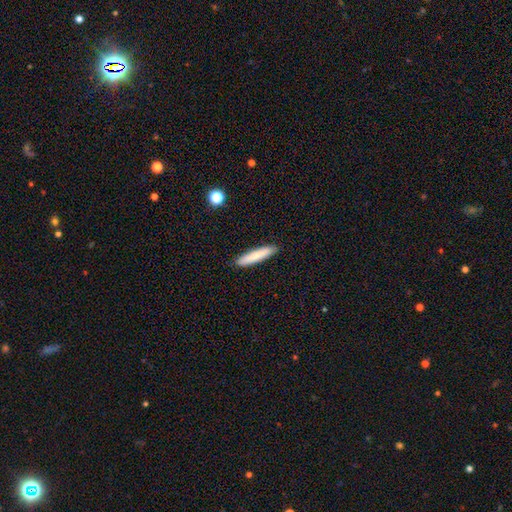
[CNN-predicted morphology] A smooth galaxy with no disk features (79%) that is cigar-shaped (89%).

Vote fractions:
- Smooth or featured? smooth: 79% / featured or disk: 15% / star or artifact: 6%
- How rounded? cigar-shaped: 89% / in between: 10% / round: 1%
- Merging? none: 91% / minor disturbance: 7% / major disturbance: 1% / merger: 1%